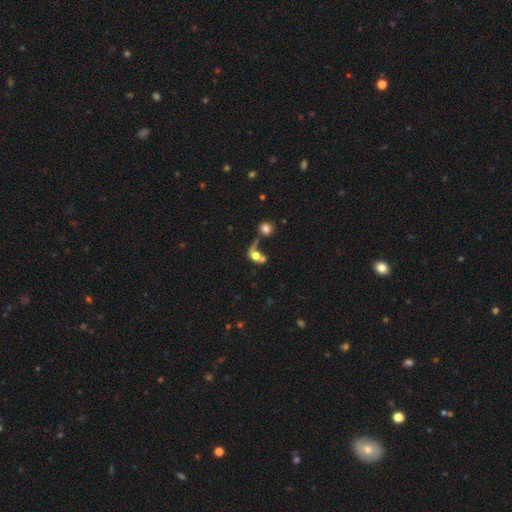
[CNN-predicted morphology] This is possibly a smooth galaxy (58%). How rounded: possibly in between (51%). Merging: possibly merger (46%).